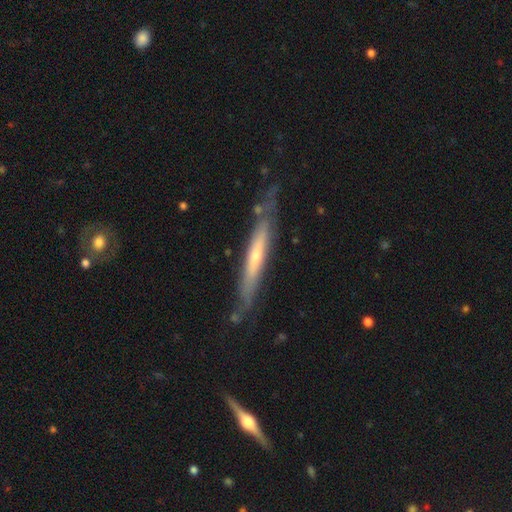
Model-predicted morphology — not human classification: Overall: featured or disk (61%; smooth 33%). Edge-on disk: yes (85%). Edge-on bulge: none (53%; rounded 41%). Merging: none (73%).